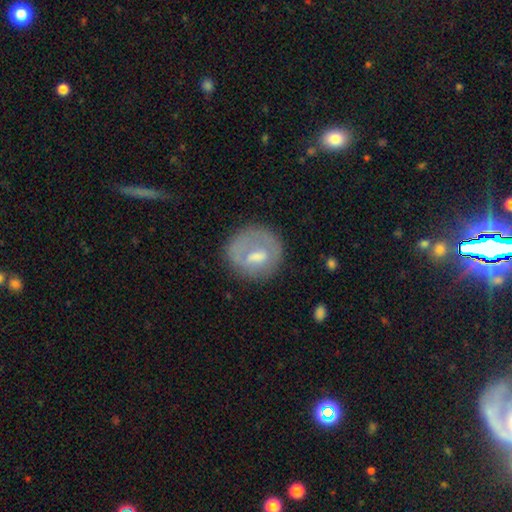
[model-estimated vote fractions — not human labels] smooth 52%, featured or disk 40%, star or artifact 8%. Down the decision tree: how rounded — round (82%); merging — none (62%).